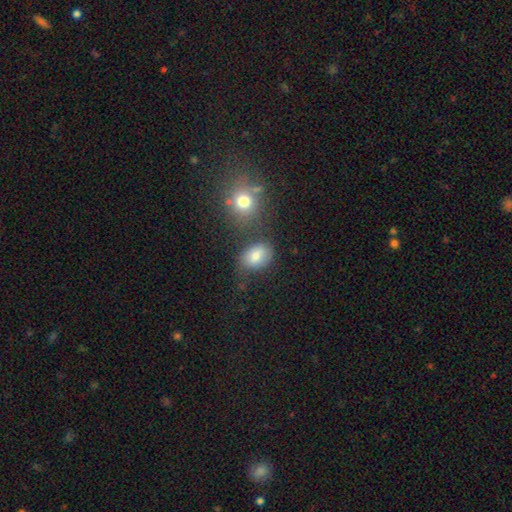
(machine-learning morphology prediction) Smooth or featured? smooth (78%)
How rounded? in between (76%)
Merging? none (64%)